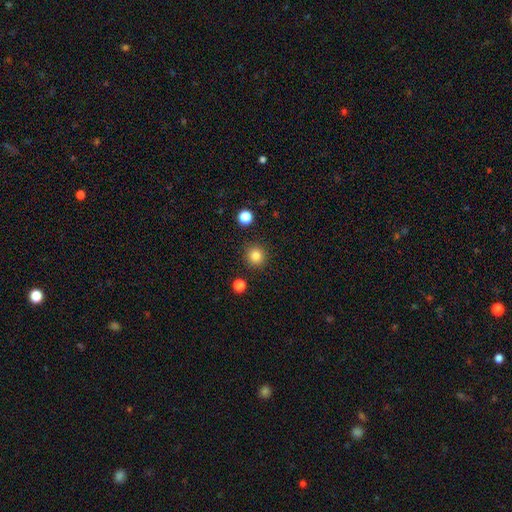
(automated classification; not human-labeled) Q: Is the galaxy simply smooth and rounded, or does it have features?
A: smooth — 83%.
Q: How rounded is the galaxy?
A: round — 94%.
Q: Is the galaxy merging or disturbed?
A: none — 90%.